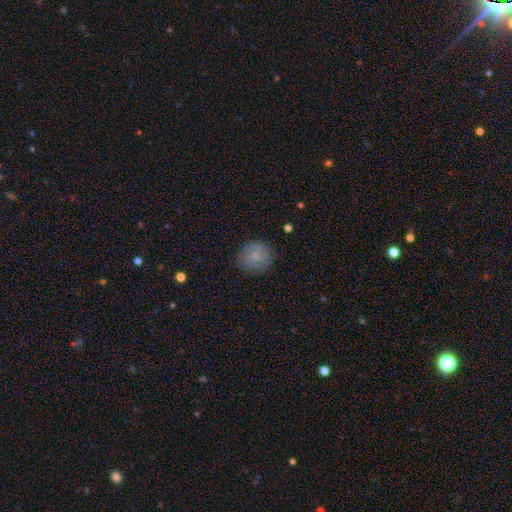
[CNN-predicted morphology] A smooth galaxy with no disk features (76%) that is round (85%). Merging: none (82%).